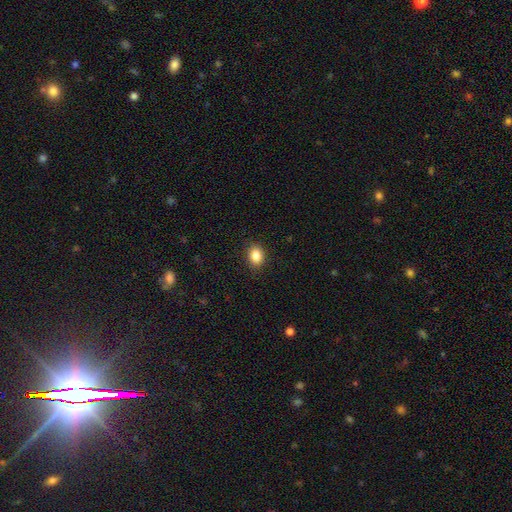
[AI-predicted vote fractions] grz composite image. It shows a smooth galaxy with no disk features (85%) that is in between round and cigar-shaped (54%). Merging: none (89%).